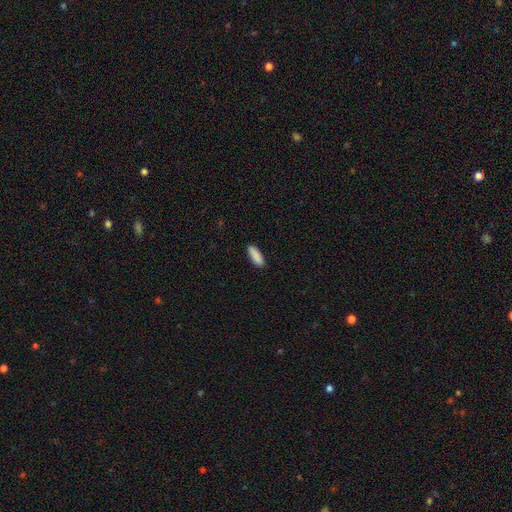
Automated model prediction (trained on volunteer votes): smooth-or-featured: smooth: 90% | star or artifact: 6% | featured or disk: 4%
  how-rounded: in between: 60% | cigar-shaped: 38% | round: 2%
  merging: none: 89% | minor disturbance: 8% | major disturbance: 2% | merger: 1%